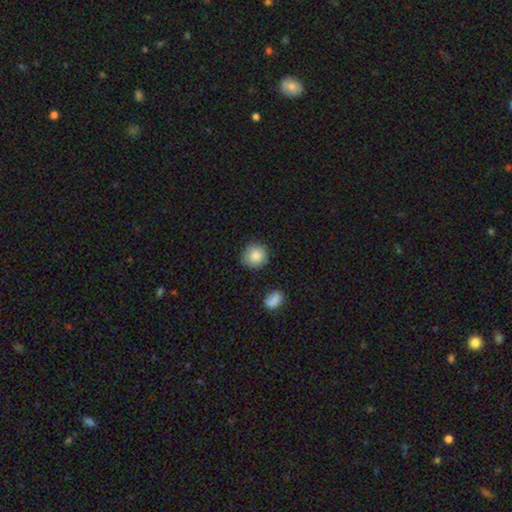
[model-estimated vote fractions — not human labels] Morphology: type=smooth (86%); roundness=round (90%); merging=none (82%).